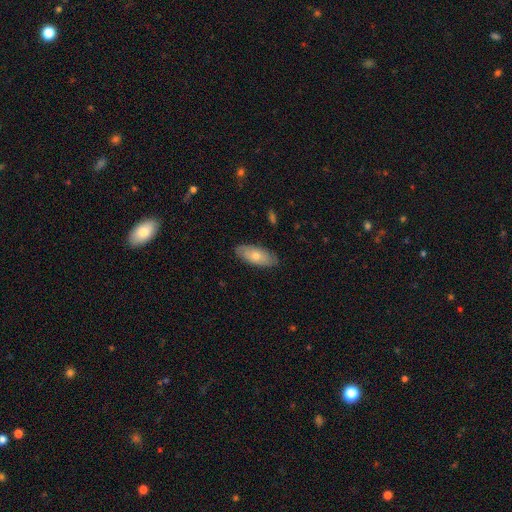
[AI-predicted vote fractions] This appears to be a smooth galaxy with no disk features (61%) that is in between round and cigar-shaped (82%). Merging: none (86%).